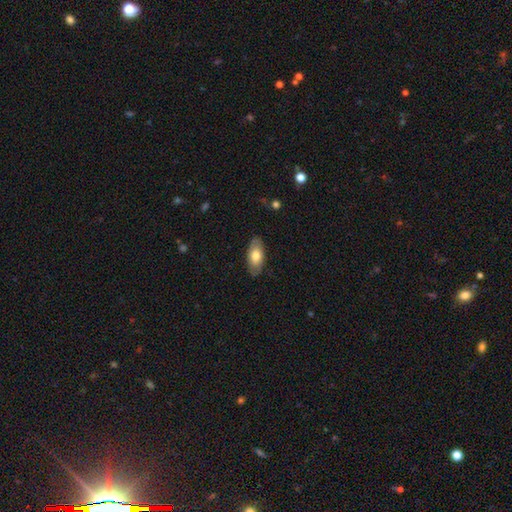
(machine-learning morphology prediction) smooth 70%, featured or disk 24%, star or artifact 6%. Down the decision tree: how rounded — in between (91%); merging — none (84%).